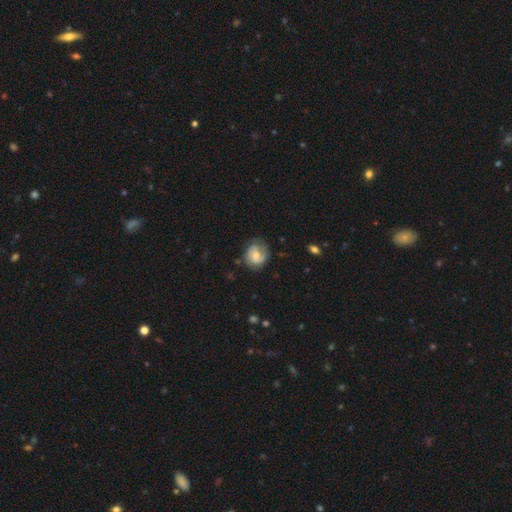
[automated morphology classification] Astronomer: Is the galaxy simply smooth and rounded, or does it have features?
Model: smooth — 46%, tied with featured or disk at 46%.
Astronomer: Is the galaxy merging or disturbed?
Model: none — 60%.